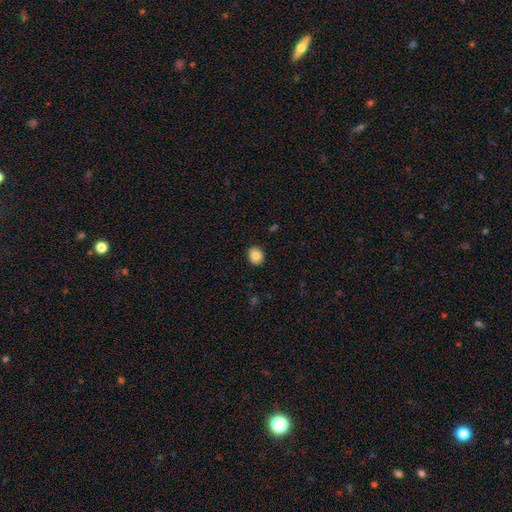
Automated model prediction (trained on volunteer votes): Smooth or featured: smooth — 86% (star or artifact — 9%)
How rounded: round — 69% (in between — 30%)
Merging: none — 91% (minor disturbance — 6%)